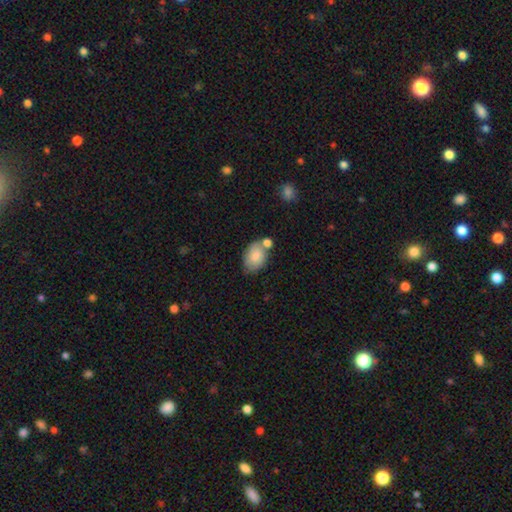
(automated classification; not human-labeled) This is clearly a smooth galaxy (80%). How rounded: clearly in between (85%). Merging: possibly none (50%).